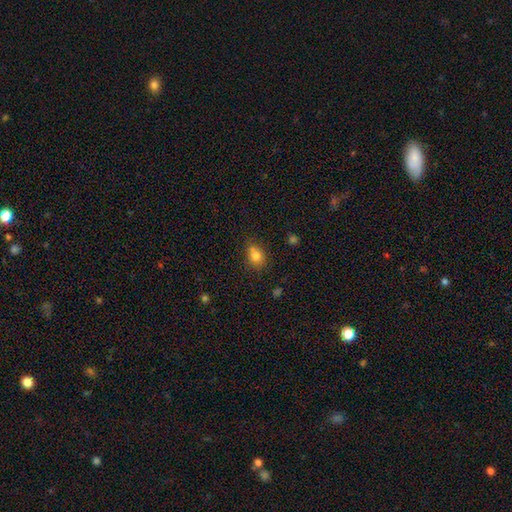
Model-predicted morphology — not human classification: A smooth galaxy with no disk features (78%) that is round (54%).

Vote fractions:
- Smooth or featured? smooth: 78% / star or artifact: 13% / featured or disk: 9%
- How rounded? round: 54% / in between: 44% / cigar-shaped: 1%
- Merging? none: 61% / minor disturbance: 21% / merger: 14% / major disturbance: 5%